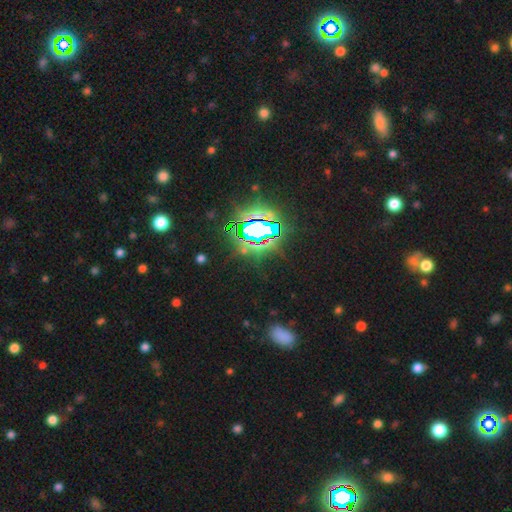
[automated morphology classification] Smooth or featured: star or artifact — 83% (smooth — 11%)